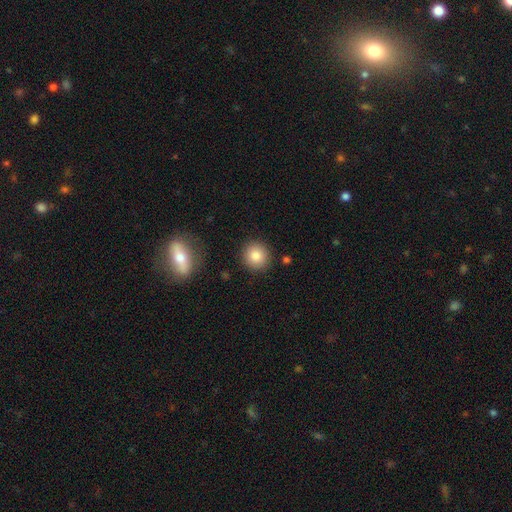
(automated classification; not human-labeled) This is clearly a smooth galaxy (84%). How rounded: clearly round (91%). Merging: clearly none (89%).